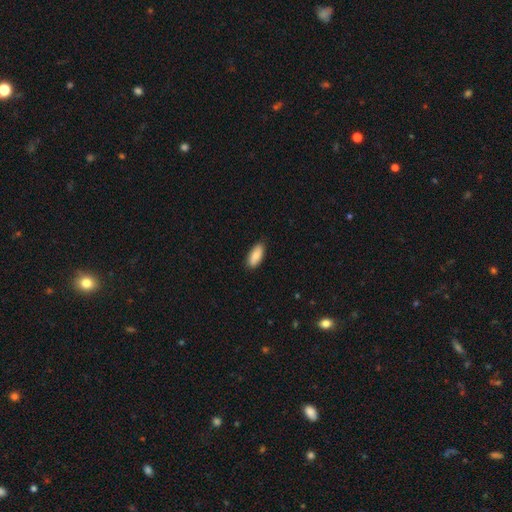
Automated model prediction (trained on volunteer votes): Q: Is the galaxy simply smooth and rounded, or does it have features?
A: smooth — 86%.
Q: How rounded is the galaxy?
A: in between — 83%.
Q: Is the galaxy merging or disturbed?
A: none — 87%.